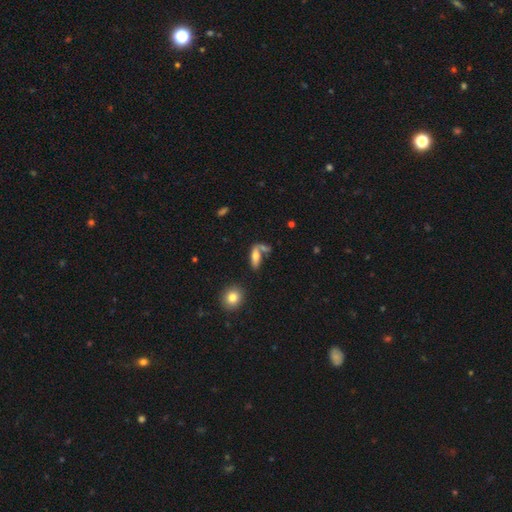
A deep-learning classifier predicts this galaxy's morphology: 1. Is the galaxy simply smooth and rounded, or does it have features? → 61% smooth, 29% featured or disk, 10% star or artifact.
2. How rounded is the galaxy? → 66% in between, 28% cigar-shaped, 6% round.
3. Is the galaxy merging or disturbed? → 42% none, 32% merger, 14% minor disturbance, 11% major disturbance.